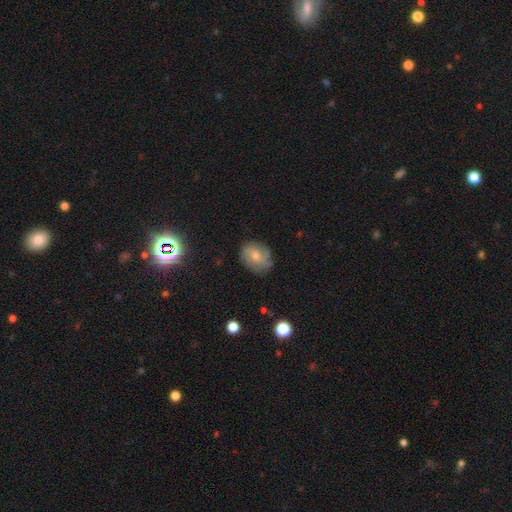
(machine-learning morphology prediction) Smooth or featured?
  - featured or disk: 50% *
  - smooth: 41%
  - star or artifact: 9%
Merging?
  - none: 69% *
  - minor disturbance: 22%
  - major disturbance: 8%
  - merger: 2%